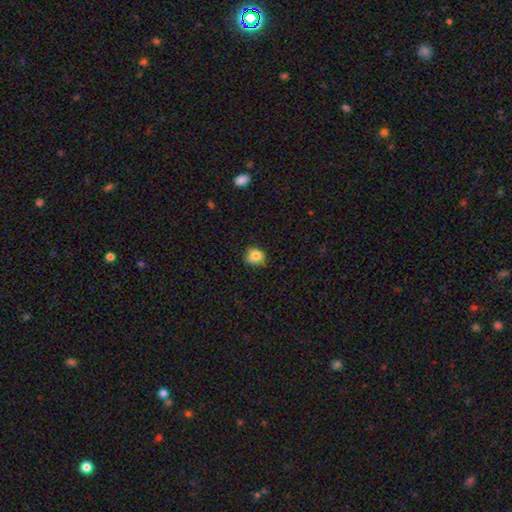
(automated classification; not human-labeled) Q: Smooth or featured?
A: smooth (81%); runner-up: star or artifact (11%)
Q: How rounded?
A: round (76%); runner-up: in between (23%)
Q: Merging?
A: none (67%); runner-up: minor disturbance (26%)